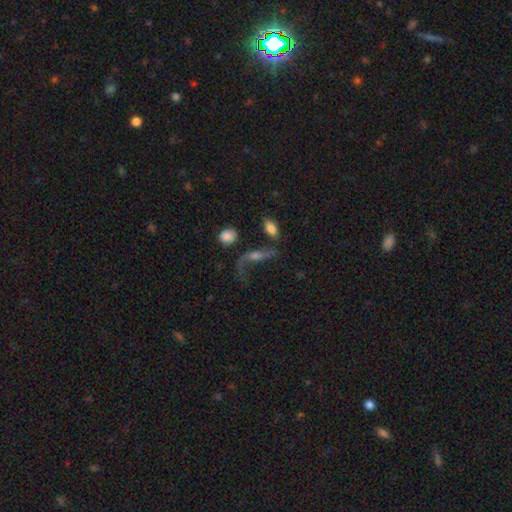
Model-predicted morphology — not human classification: featured or disk 60%, smooth 27%, star or artifact 13%. Down the decision tree: edge-on disk — no (80%); merging — none (38%).